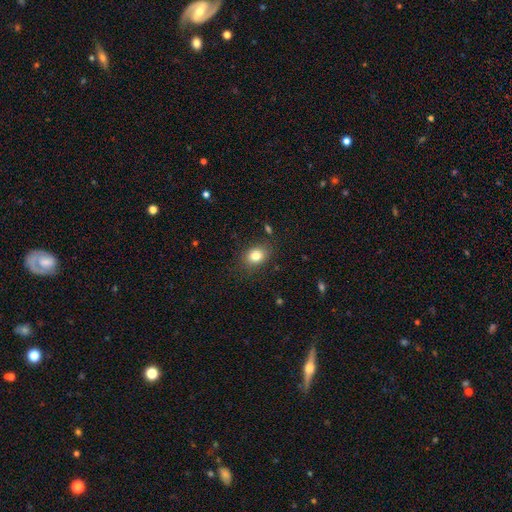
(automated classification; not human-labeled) Overall: smooth (81%). How rounded: in between (57%; round 42%). Merging: none (82%).